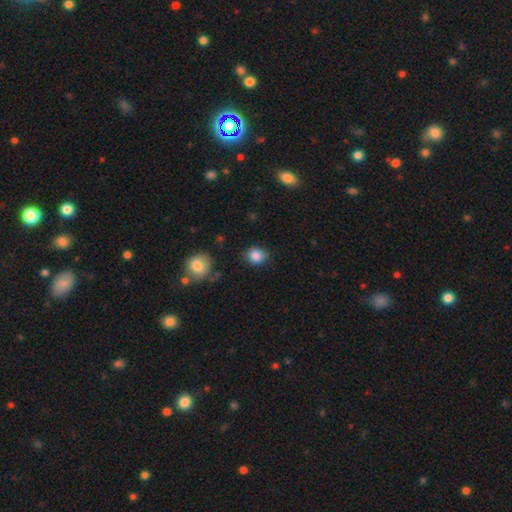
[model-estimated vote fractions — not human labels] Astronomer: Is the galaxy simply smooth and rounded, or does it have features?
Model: smooth — 85%.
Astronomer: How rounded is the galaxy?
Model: round — 70%.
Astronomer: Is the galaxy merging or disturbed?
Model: none — 75%.